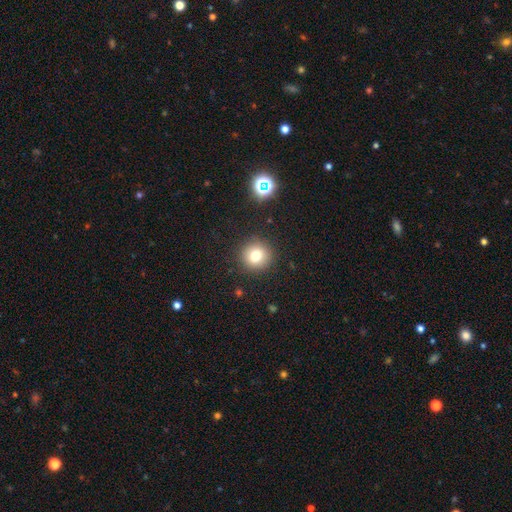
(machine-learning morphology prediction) Q: Smooth or featured?
A: smooth (76%); runner-up: star or artifact (14%)
Q: How rounded?
A: round (93%); runner-up: in between (6%)
Q: Merging?
A: none (90%); runner-up: minor disturbance (6%)